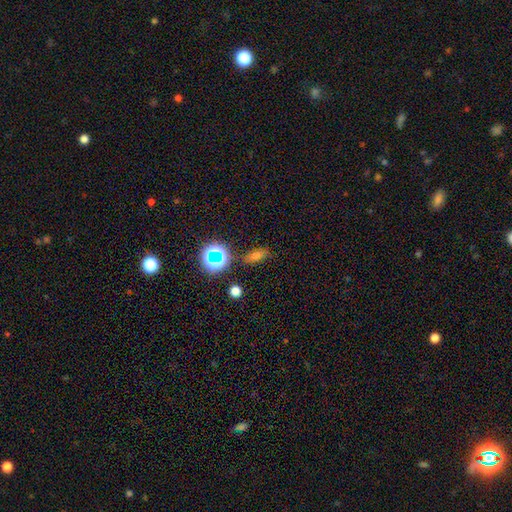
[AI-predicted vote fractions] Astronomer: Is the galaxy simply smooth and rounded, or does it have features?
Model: smooth — 60%.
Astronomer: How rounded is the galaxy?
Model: in between — 58%.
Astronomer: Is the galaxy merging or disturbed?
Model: none — 79%.